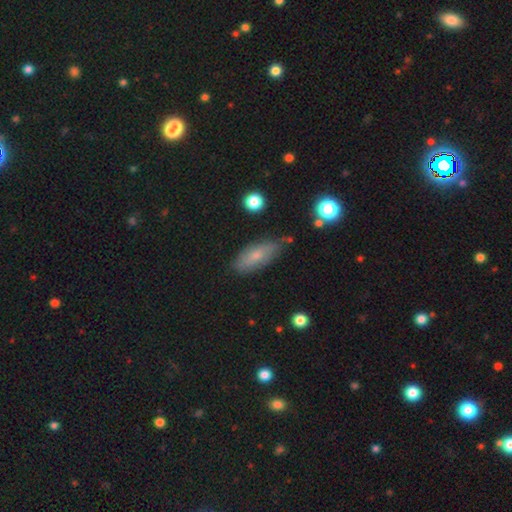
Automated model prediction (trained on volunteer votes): Smooth or featured? smooth (65%)
How rounded? in between (77%)
Merging? none (67%)